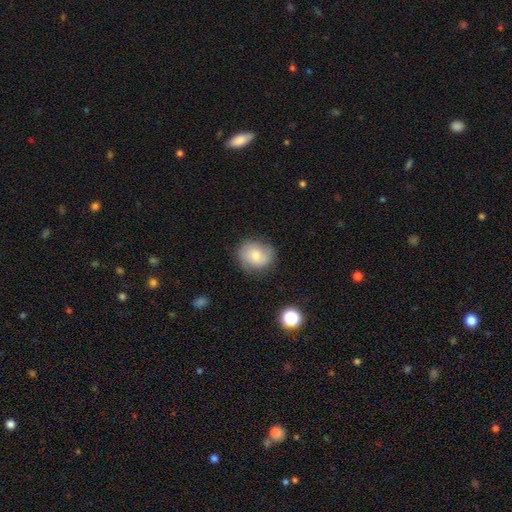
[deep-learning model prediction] smooth-or-featured: smooth: 68% | featured or disk: 23% | star or artifact: 9%
  how-rounded: round: 68% | in between: 31% | cigar-shaped: 1%
  merging: none: 77% | minor disturbance: 17% | major disturbance: 5% | merger: 2%